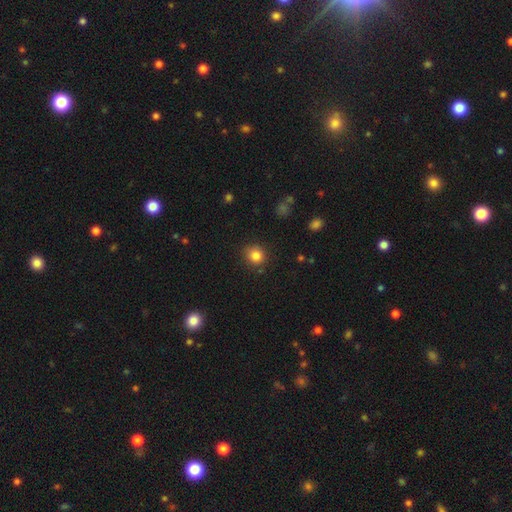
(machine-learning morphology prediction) Smooth or featured?
  - smooth: 84% *
  - star or artifact: 11%
  - featured or disk: 5%
How rounded?
  - round: 87% *
  - in between: 12%
  - cigar-shaped: 1%
Merging?
  - none: 86% *
  - minor disturbance: 10%
  - major disturbance: 3%
  - merger: 2%